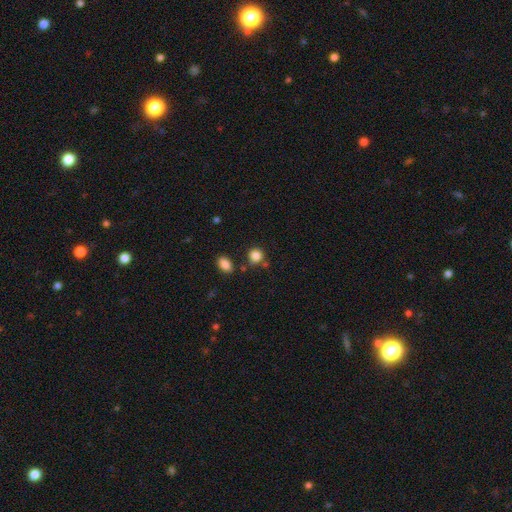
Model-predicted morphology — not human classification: smooth_or_featured: smooth (p=0.85) [alt: star or artifact p=0.11]
how_rounded: round (p=0.81) [alt: in between p=0.18]
merging: none (p=0.71) [alt: minor disturbance p=0.13]